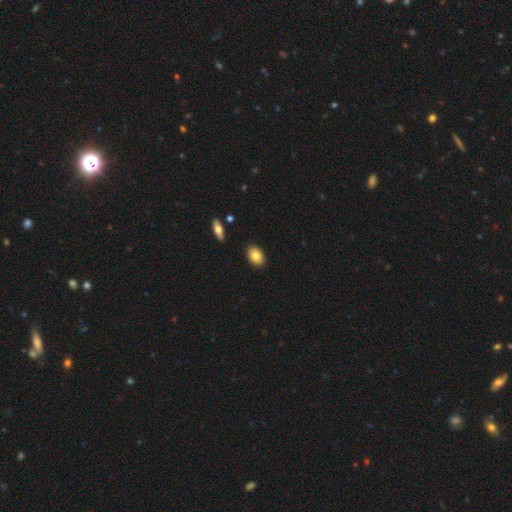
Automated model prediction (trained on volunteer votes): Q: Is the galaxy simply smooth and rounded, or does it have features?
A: smooth — 83%.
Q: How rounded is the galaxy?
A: in between — 88%.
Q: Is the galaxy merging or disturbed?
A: none — 88%.